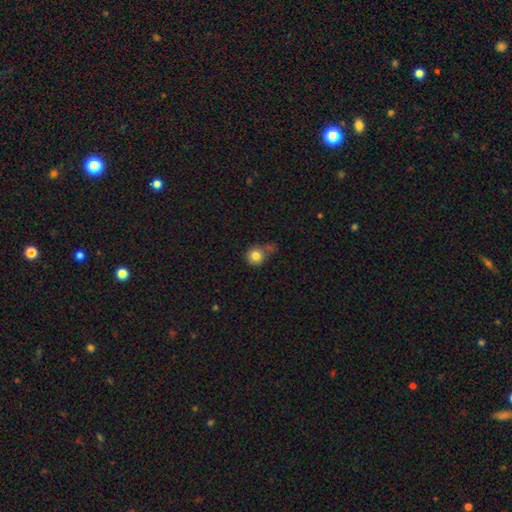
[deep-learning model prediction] smooth-or-featured: smooth: 81% | star or artifact: 10% | featured or disk: 9%
  how-rounded: round: 86% | in between: 13% | cigar-shaped: 1%
  merging: none: 44% | minor disturbance: 25% | merger: 17% | major disturbance: 14%